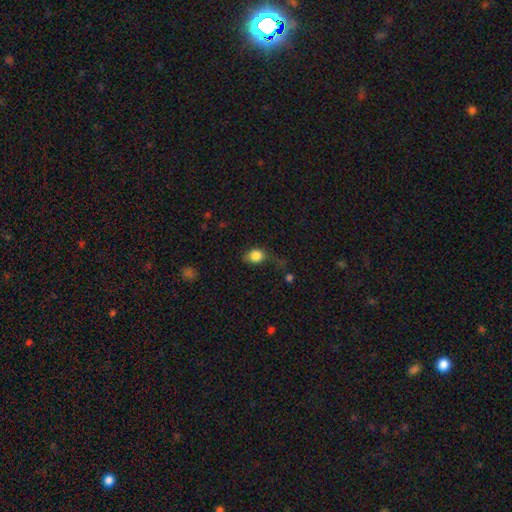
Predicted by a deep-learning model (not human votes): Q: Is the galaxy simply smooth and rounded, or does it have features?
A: smooth — 83%.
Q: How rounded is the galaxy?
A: round — 58%.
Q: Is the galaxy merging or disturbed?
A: none — 45%.